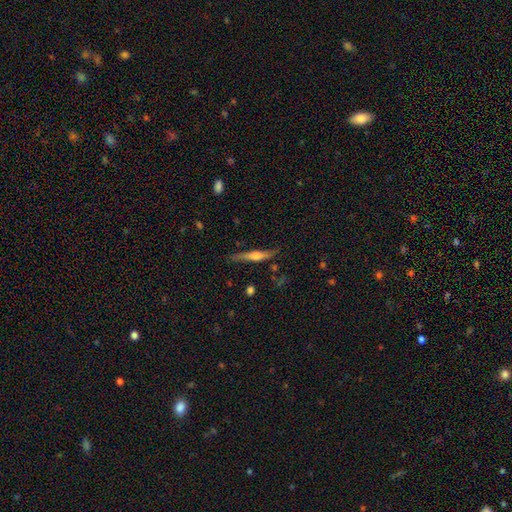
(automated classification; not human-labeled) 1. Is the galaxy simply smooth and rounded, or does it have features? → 56% featured or disk, 37% smooth, 7% star or artifact.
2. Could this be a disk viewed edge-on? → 95% yes, 5% no.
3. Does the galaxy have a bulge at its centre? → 71% rounded, 17% boxy, 12% none.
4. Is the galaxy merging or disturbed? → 78% none, 16% minor disturbance, 4% major disturbance, 2% merger.